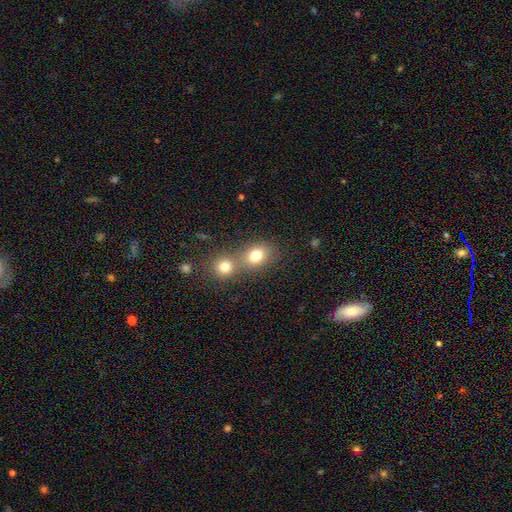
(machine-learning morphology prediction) Overall: smooth (79%). How rounded: round (56%; in between 43%). Merging: merger (47%; none 42%).